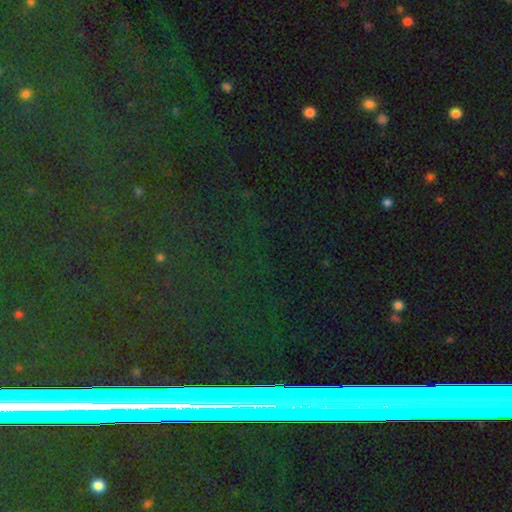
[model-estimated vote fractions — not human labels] star or artifact 77%, featured or disk 13%, smooth 11%.